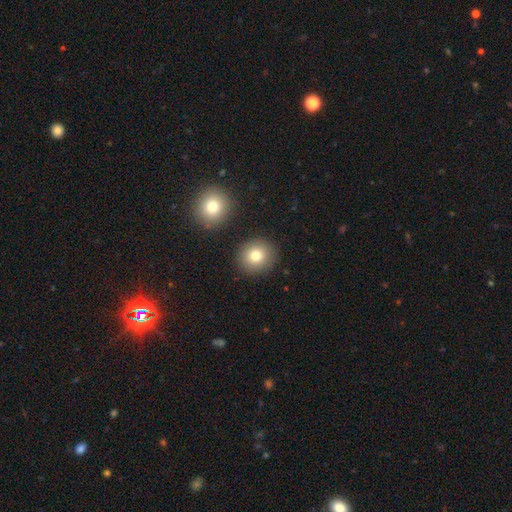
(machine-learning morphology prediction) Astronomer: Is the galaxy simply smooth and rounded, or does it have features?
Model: smooth — 78%.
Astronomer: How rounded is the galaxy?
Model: round — 88%.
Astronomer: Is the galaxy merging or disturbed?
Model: none — 86%.